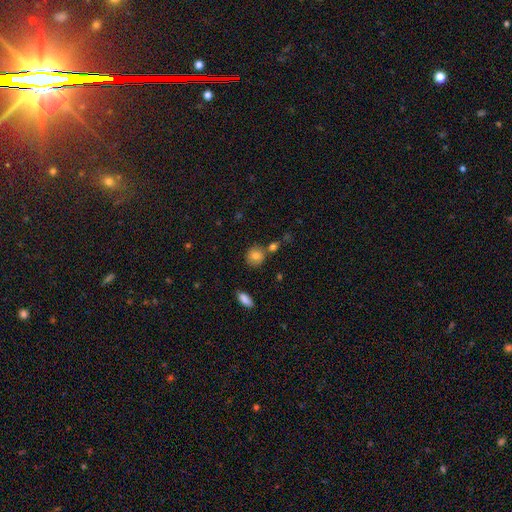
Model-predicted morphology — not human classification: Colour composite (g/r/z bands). It shows a smooth galaxy with no disk features (81%) that is round (83%). Merging: none (73%).